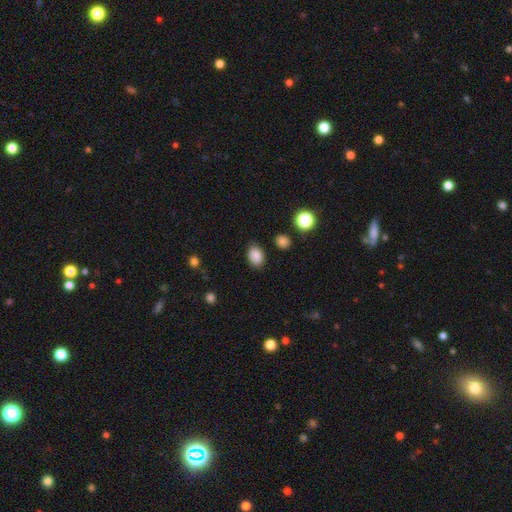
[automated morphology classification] Smooth or featured? smooth (87%)
How rounded? in between (77%)
Merging? none (84%)